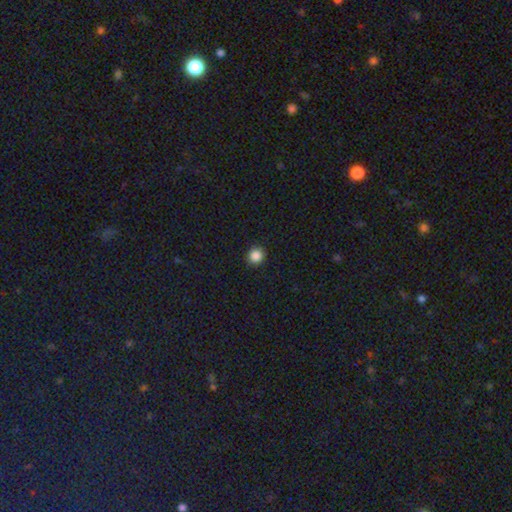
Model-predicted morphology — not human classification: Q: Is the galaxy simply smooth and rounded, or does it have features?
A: smooth — 86%.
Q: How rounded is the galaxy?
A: round — 91%.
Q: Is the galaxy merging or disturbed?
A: none — 91%.